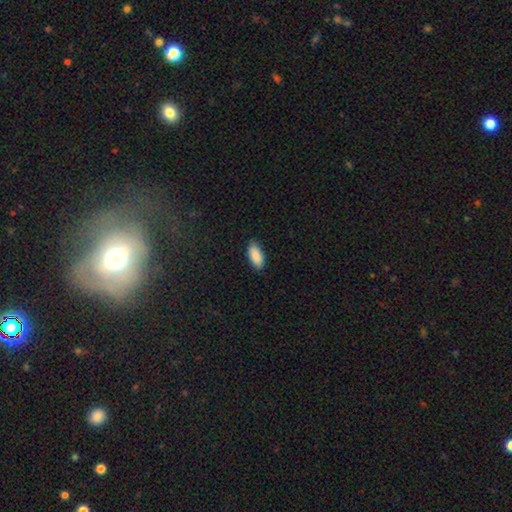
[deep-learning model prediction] Smooth or featured? Predicted: smooth (p=0.88). How rounded? Predicted: in between (p=0.91). Merging? Predicted: none (p=0.85).